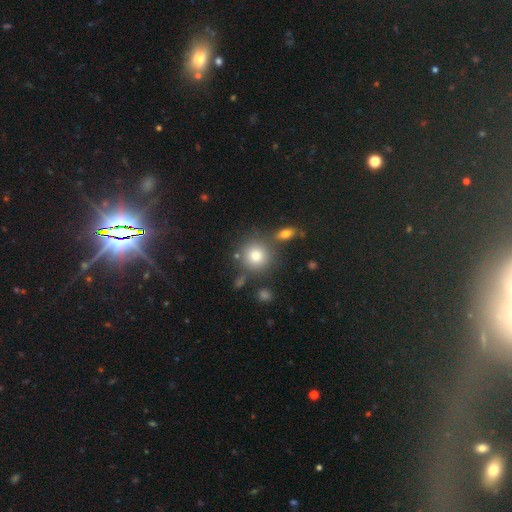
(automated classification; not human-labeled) Smooth or featured? Predicted: smooth (p=0.79). How rounded? Predicted: round (p=0.92). Merging? Predicted: none (p=0.75).